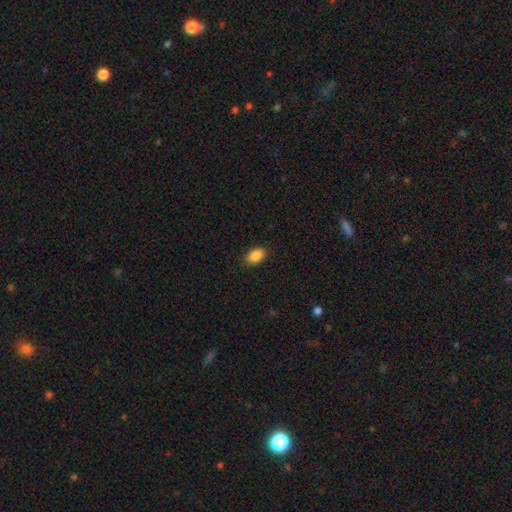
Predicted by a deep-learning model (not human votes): Overall: smooth (89%). How rounded: in between (91%). Merging: none (88%).